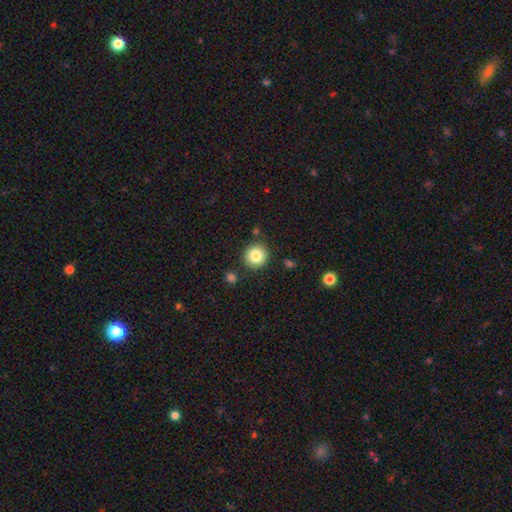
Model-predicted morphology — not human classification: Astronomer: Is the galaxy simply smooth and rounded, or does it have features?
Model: smooth — 85%.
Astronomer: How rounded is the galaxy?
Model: round — 93%.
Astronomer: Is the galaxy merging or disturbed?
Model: none — 87%.